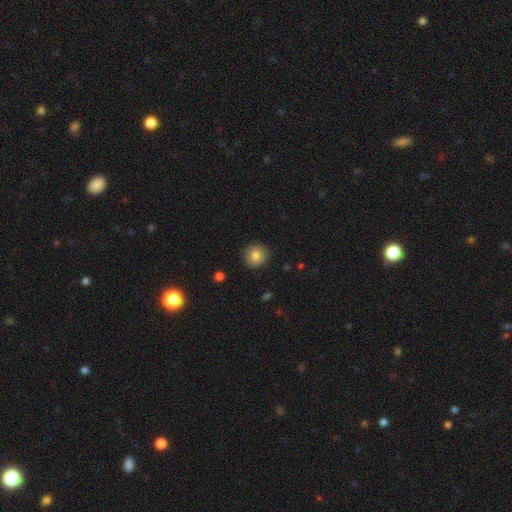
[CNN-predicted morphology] Smooth or featured?
  - smooth: 81% *
  - star or artifact: 10%
  - featured or disk: 9%
How rounded?
  - round: 91% *
  - in between: 8%
  - cigar-shaped: 1%
Merging?
  - none: 90% *
  - minor disturbance: 7%
  - major disturbance: 2%
  - merger: 1%